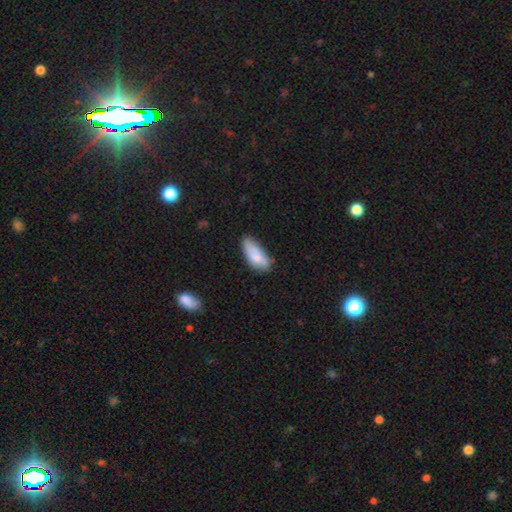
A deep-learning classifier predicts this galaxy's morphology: Smooth or featured: smooth — 77% (featured or disk — 16%)
How rounded: in between — 84% (cigar-shaped — 14%)
Merging: none — 52% (minor disturbance — 35%)